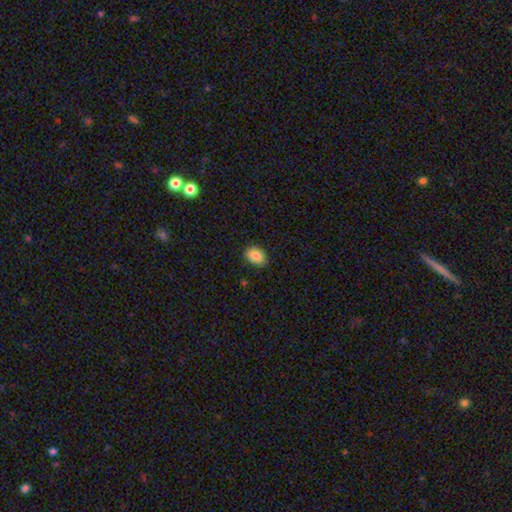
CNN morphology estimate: This appears to be a smooth galaxy with no disk features (86%) that is in between round and cigar-shaped (82%). Merging: none (86%).